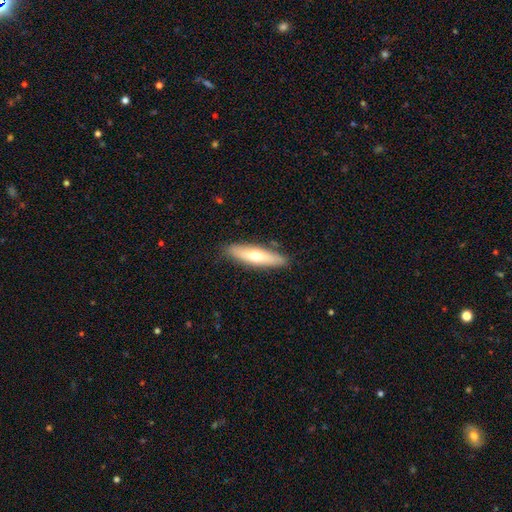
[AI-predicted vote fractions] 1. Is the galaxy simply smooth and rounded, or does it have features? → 56% smooth, 39% featured or disk, 6% star or artifact.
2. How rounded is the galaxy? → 66% cigar-shaped, 32% in between, 2% round.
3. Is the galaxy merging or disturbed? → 87% none, 10% minor disturbance, 2% major disturbance, 2% merger.